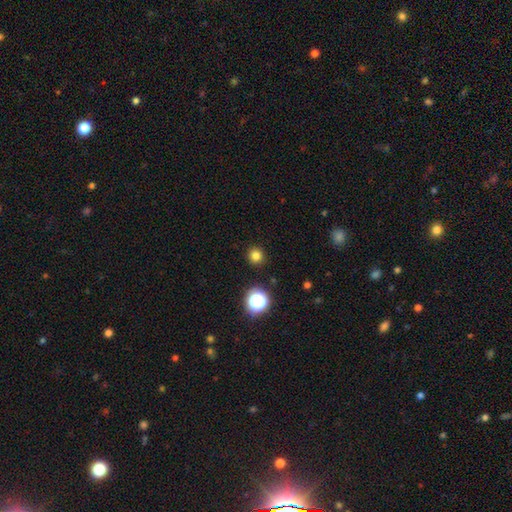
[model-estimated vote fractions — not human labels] Smooth or featured? Predicted: smooth (p=0.80). How rounded? Predicted: round (p=0.93). Merging? Predicted: none (p=0.91).